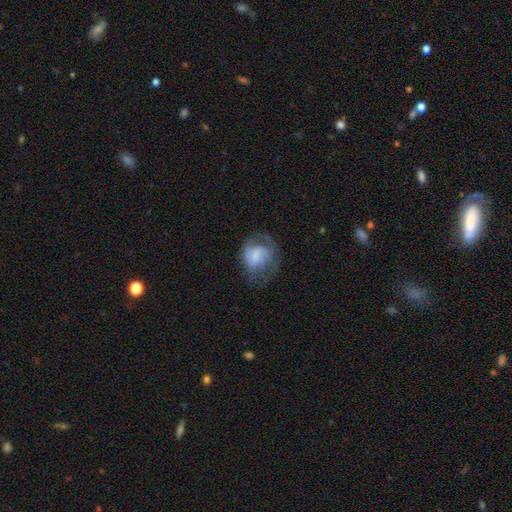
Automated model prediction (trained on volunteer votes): The model was most divided on "bulge size": small: 37%, none: 33%, moderate: 22%, large: 6%, dominant: 2%. Remaining: edge-on disk — no (97%); spiral arms — yes (73%); smooth or featured — featured or disk (54%); bar — weak (48%); merging — none (46%).